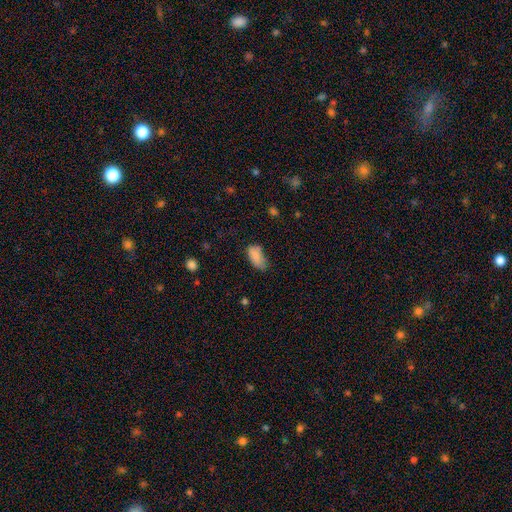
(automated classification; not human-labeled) A smooth galaxy with no disk features (82%) that is in between round and cigar-shaped (90%). Merging: none (51%).